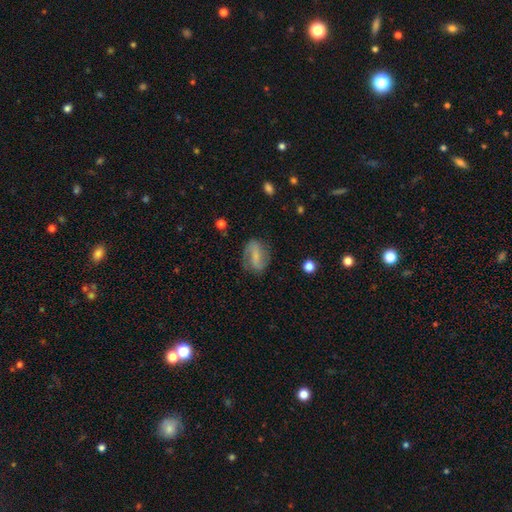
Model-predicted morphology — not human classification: smooth-or-featured: featured or disk: 63% | smooth: 30% | star or artifact: 8%
  disk-edge-on: no: 96% | yes: 4%
    bar: weak: 39% | strong: 37% | no: 24%
    has-spiral-arms: yes: 87% | no: 13%
      spiral-winding: medium: 41% | loose: 36% | tight: 23%
      spiral-arm-count: 2: 84% | can't tell: 8% | 1: 4% | 3: 1% | 4: 1% | more than 4: 1%
    bulge-size: small: 52% | none: 22% | moderate: 22% | large: 3% | dominant: 1%
  merging: none: 74% | minor disturbance: 17% | major disturbance: 8% | merger: 2%